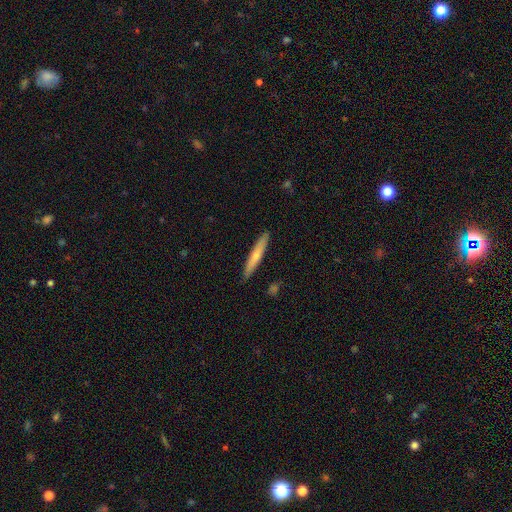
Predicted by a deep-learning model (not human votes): Smooth or featured? Predicted: smooth (p=0.56). How rounded? Predicted: cigar-shaped (p=0.93). Merging? Predicted: none (p=0.90).